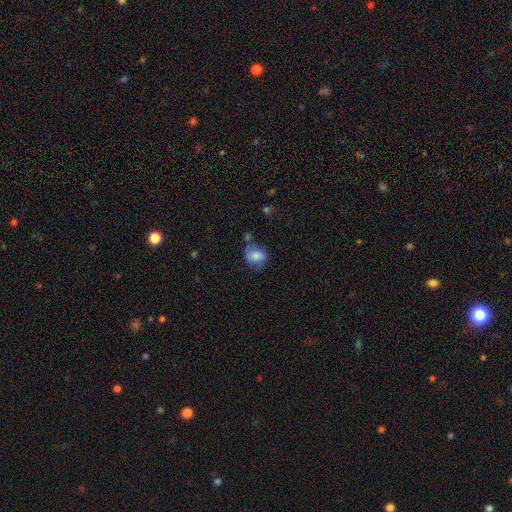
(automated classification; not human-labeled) smooth_or_featured: smooth (p=0.72) [alt: featured or disk p=0.18]
how_rounded: in between (p=0.53) [alt: round p=0.45]
merging: none (p=0.45) [alt: minor disturbance p=0.29]